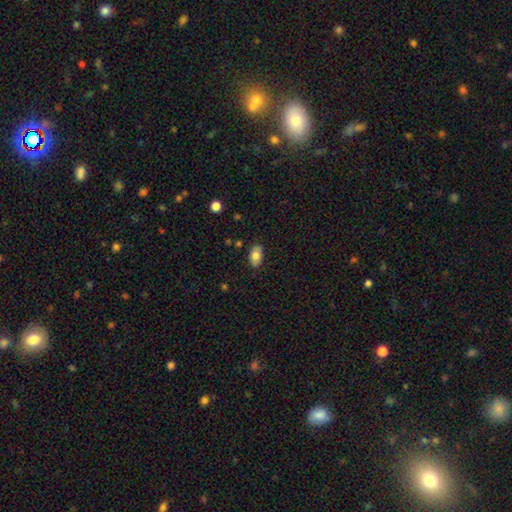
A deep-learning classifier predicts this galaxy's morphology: A smooth galaxy with no disk features (78%) that is in between round and cigar-shaped (91%). Merging: none (84%).